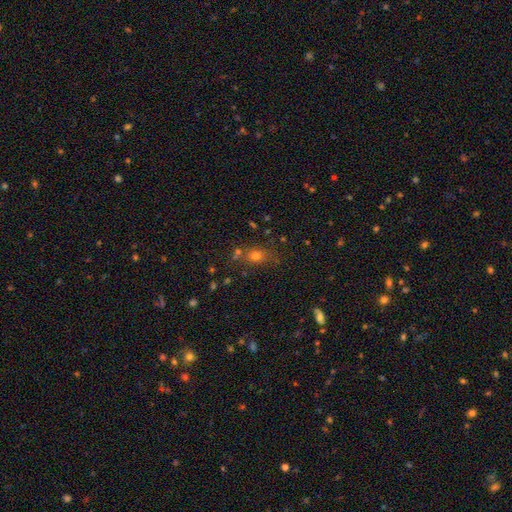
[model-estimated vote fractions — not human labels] The model was most divided on "how rounded": round: 52%, in between: 44%, cigar-shaped: 4%. More confident: merging — none (68%); smooth or featured — smooth (63%).